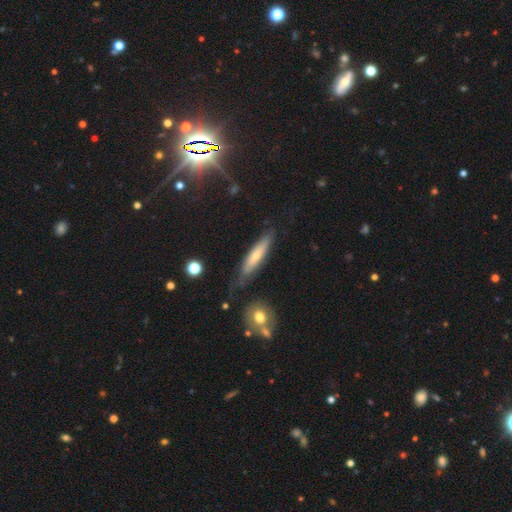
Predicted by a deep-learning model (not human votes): Overall: smooth (58%; featured or disk 36%). How rounded: cigar-shaped (81%). Merging: none (68%).